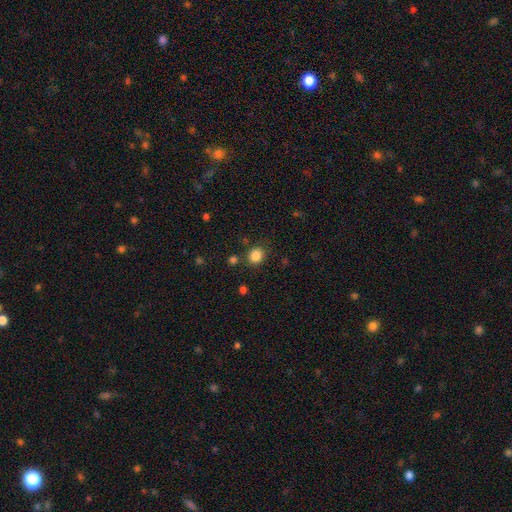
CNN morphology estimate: Q: Smooth or featured?
A: smooth (84%); runner-up: star or artifact (12%)
Q: How rounded?
A: round (78%); runner-up: in between (21%)
Q: Merging?
A: none (82%); runner-up: minor disturbance (10%)